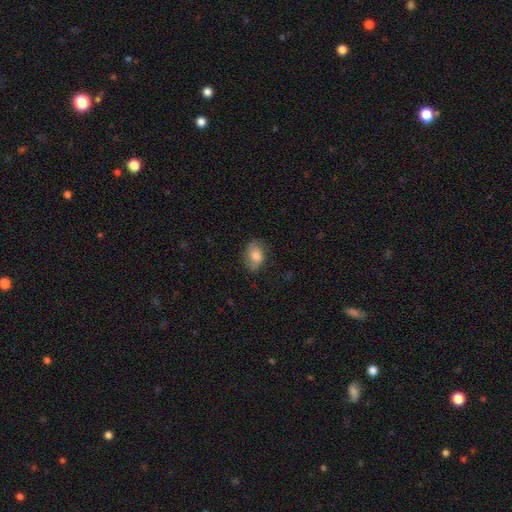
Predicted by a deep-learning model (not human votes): This is likely a smooth galaxy (75%). How rounded: likely in between (79%). Merging: likely none (69%).